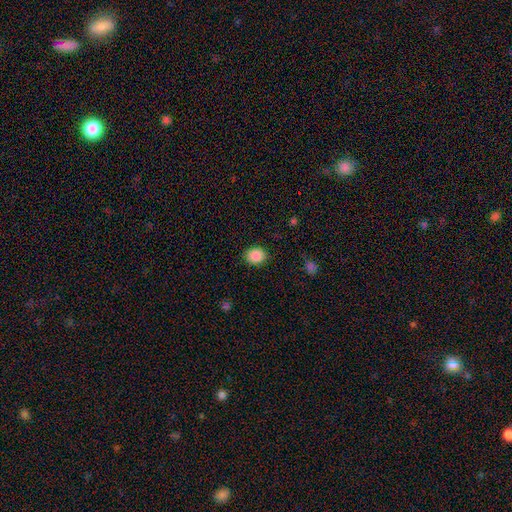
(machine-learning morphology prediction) Smooth or featured? Predicted: smooth (p=0.88). How rounded? Predicted: round (p=0.60). Merging? Predicted: none (p=0.88).